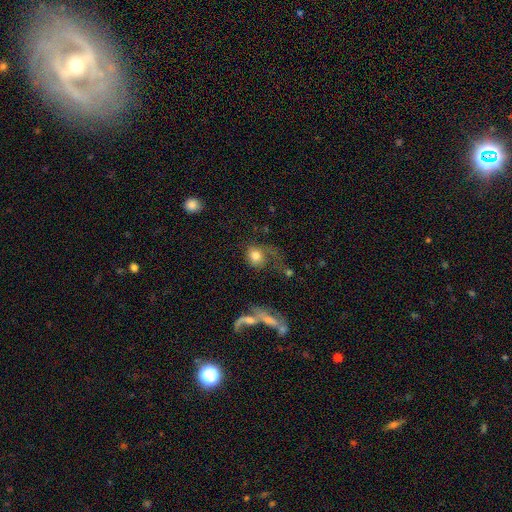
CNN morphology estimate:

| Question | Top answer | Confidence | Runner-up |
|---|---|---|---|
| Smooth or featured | smooth | 70% | featured or disk (21%) |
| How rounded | round | 66% | in between (32%) |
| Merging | major disturbance | 37% | none (32%) |